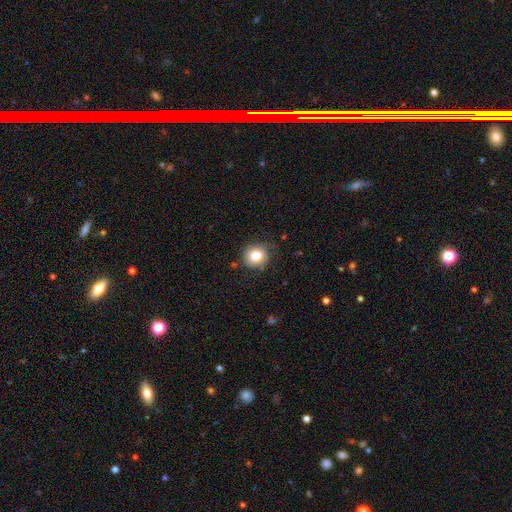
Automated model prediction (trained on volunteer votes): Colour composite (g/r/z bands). It shows a smooth galaxy with no disk features (83%) that is round (82%). Merging: none (77%).